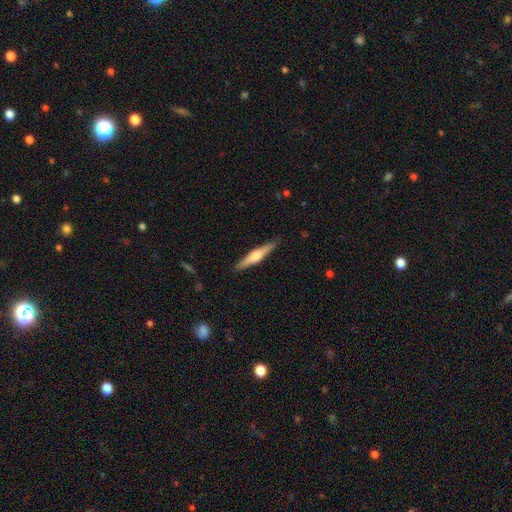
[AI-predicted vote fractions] smooth_or_featured: featured or disk (p=0.58) [alt: smooth p=0.37]
disk_edge_on: yes (p=0.97) [alt: no p=0.03]
edge_on_bulge: rounded (p=0.88) [alt: boxy p=0.07]
merging: none (p=0.90) [alt: minor disturbance p=0.08]